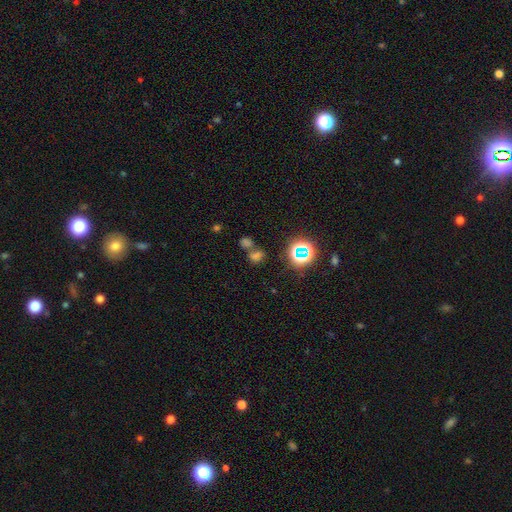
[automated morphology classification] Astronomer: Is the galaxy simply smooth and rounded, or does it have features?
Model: smooth — 55% (runner-up: star or artifact, 35%).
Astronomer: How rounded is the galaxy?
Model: in between — 57% (runner-up: round, 40%).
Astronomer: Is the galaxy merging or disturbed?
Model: merger — 48% (runner-up: none, 39%).